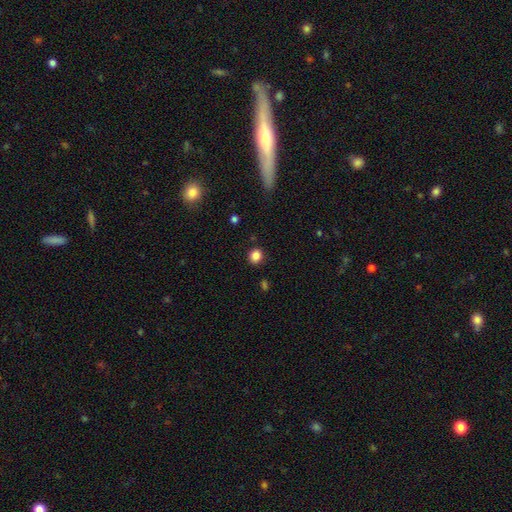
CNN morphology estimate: smooth-or-featured: smooth: 85% | star or artifact: 11% | featured or disk: 4%
  how-rounded: round: 77% | in between: 22% | cigar-shaped: 1%
  merging: none: 88% | minor disturbance: 8% | major disturbance: 2% | merger: 2%